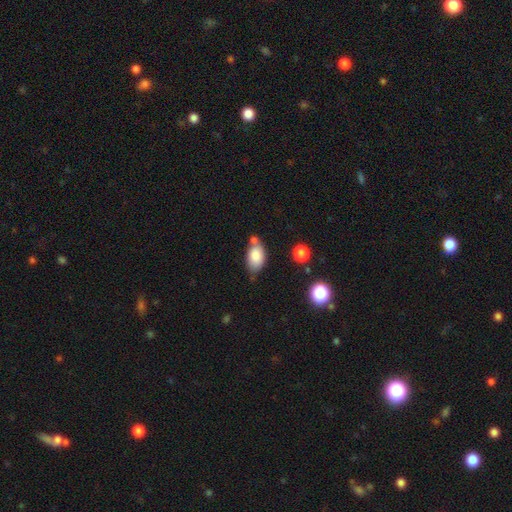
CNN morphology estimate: smooth_or_featured: smooth (p=0.83) [alt: featured or disk p=0.09]
how_rounded: in between (p=0.91) [alt: round p=0.07]
merging: none (p=0.52) [alt: minor disturbance p=0.21]